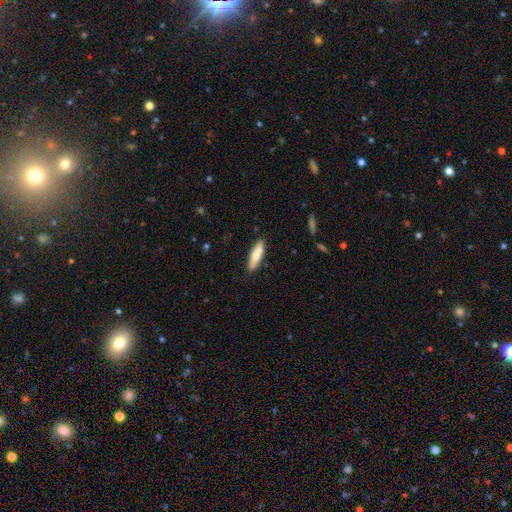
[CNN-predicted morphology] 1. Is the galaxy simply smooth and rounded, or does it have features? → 67% smooth, 27% featured or disk, 6% star or artifact.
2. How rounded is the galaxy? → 65% cigar-shaped, 34% in between, 2% round.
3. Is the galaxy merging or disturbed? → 85% none, 11% minor disturbance, 2% merger, 2% major disturbance.